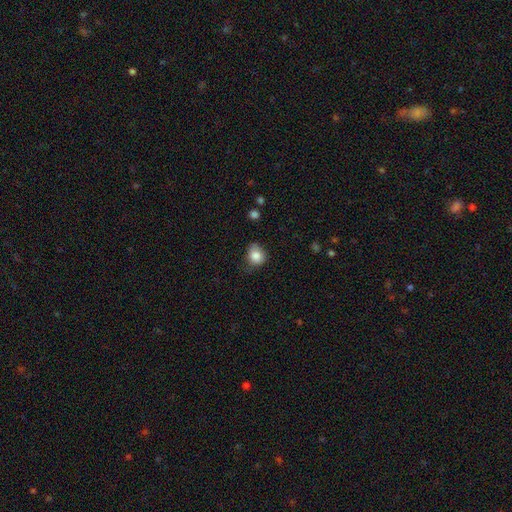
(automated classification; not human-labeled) Smooth or featured?
  - smooth: 83% *
  - star or artifact: 9%
  - featured or disk: 8%
How rounded?
  - round: 65% *
  - in between: 34%
  - cigar-shaped: 1%
Merging?
  - none: 52% *
  - minor disturbance: 36%
  - major disturbance: 10%
  - merger: 2%